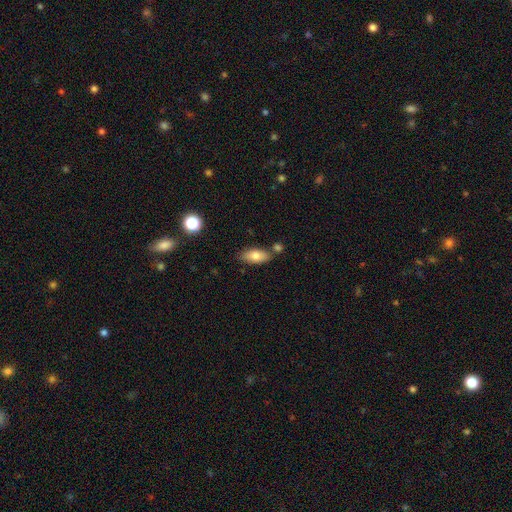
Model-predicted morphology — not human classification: This appears to be a smooth galaxy with no disk features (77%) that is in between round and cigar-shaped (85%). Merging: none (73%).